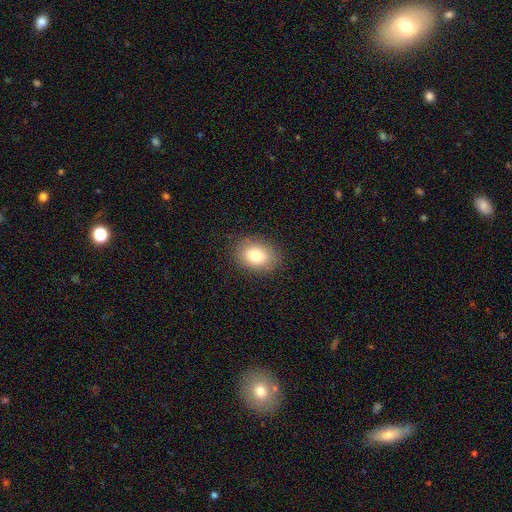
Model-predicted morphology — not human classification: A smooth galaxy with no disk features (80%) that is in between round and cigar-shaped (69%). Merging: none (86%).